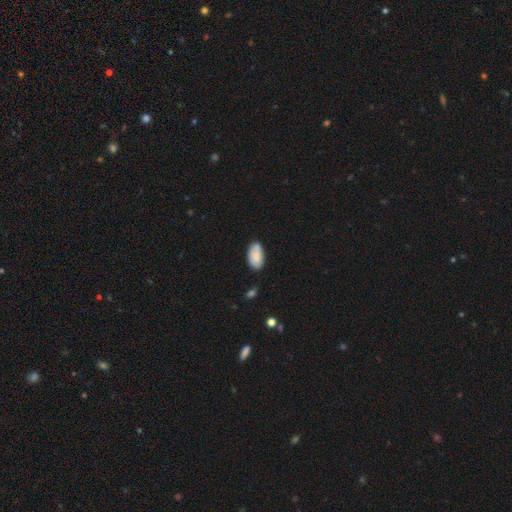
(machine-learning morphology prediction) The model was most divided on "merging": none: 69%, minor disturbance: 22%, merger: 5%, major disturbance: 4%. More confident: how rounded — in between (95%); smooth or featured — smooth (83%).